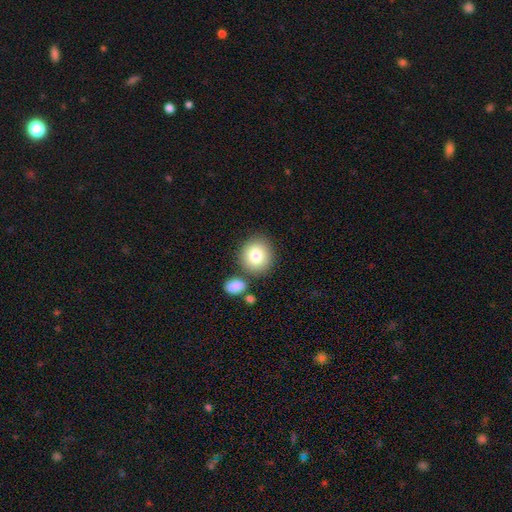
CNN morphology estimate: A smooth galaxy with no disk features (82%) that is round (83%). Merging: none (75%).